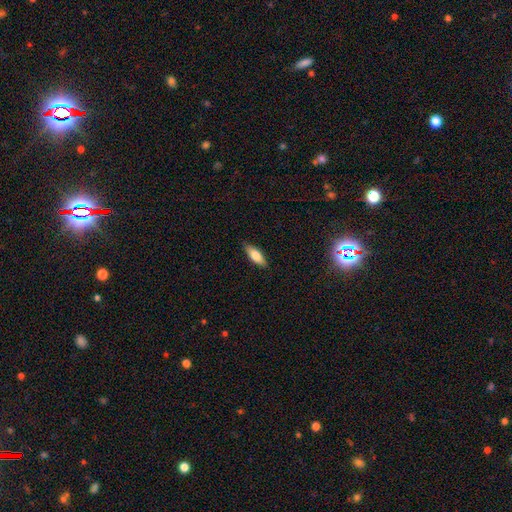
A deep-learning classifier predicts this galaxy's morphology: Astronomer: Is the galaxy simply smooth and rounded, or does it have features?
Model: smooth — 75%.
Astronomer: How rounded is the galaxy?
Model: in between — 61% (runner-up: cigar-shaped, 37%).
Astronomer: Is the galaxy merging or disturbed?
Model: none — 86%.